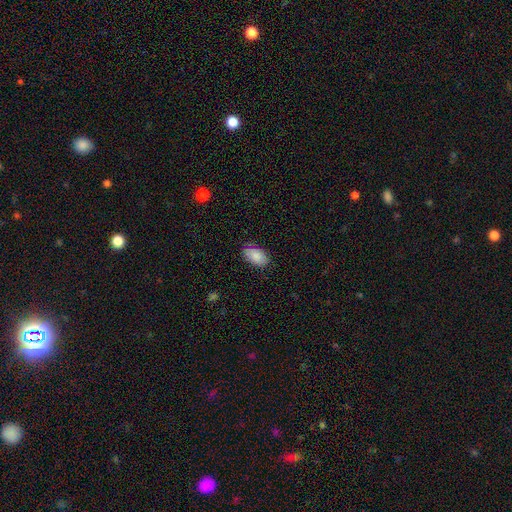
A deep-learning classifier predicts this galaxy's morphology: Smooth or featured? Predicted: smooth (p=0.85). How rounded? Predicted: in between (p=0.93). Merging? Predicted: none (p=0.79).